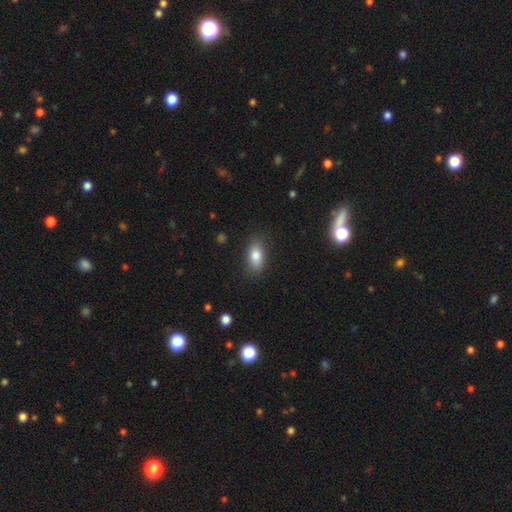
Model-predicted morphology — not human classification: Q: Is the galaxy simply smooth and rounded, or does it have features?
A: smooth — 82%.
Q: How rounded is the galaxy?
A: in between — 87%.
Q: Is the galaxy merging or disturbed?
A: none — 82%.